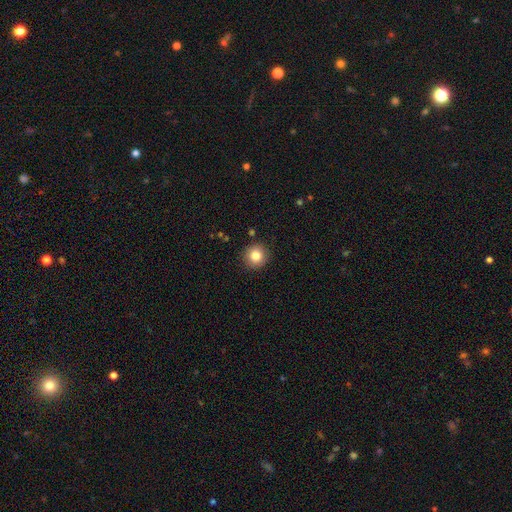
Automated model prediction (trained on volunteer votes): smooth 82%, star or artifact 10%, featured or disk 7%. Down the decision tree: how rounded — round (93%); merging — none (91%).